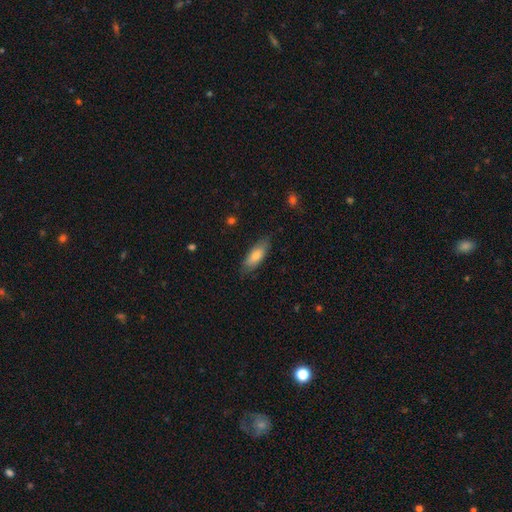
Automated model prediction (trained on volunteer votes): A smooth galaxy with no disk features (77%) that is in between round and cigar-shaped (69%). Merging: none (82%).